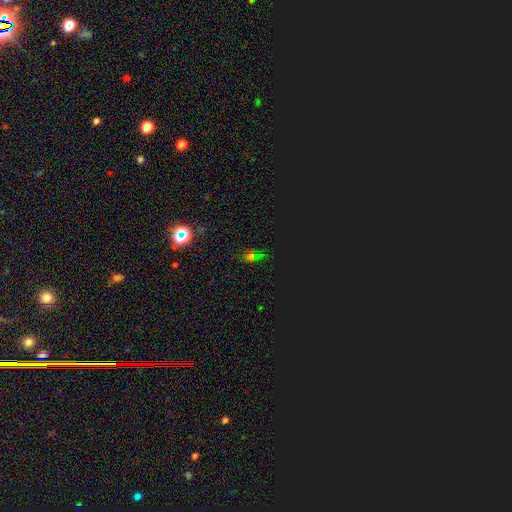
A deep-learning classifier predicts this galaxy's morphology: smooth_or_featured: star or artifact (p=0.63) [alt: smooth p=0.28]